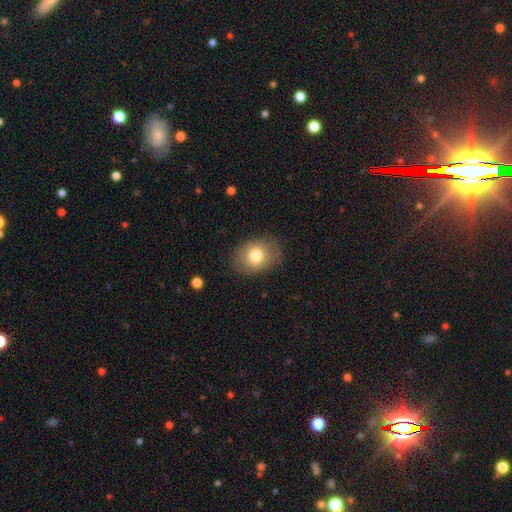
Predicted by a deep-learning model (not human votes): smooth_or_featured: smooth (p=0.79) [alt: featured or disk p=0.13]
how_rounded: in between (p=0.63) [alt: round p=0.36]
merging: none (p=0.84) [alt: minor disturbance p=0.11]